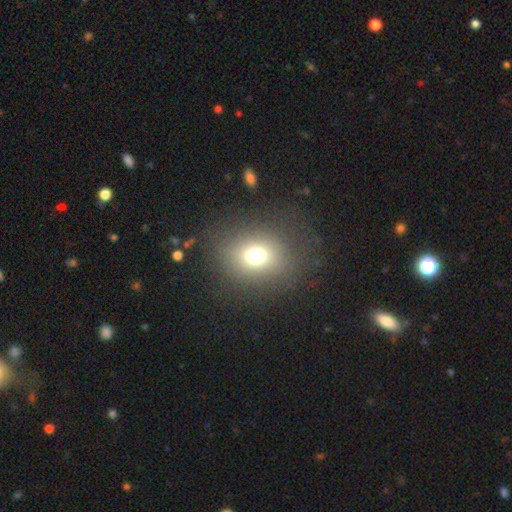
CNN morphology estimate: Smooth or featured?
  - smooth: 71% *
  - star or artifact: 19%
  - featured or disk: 11%
How rounded?
  - round: 63% *
  - in between: 36%
  - cigar-shaped: 1%
Merging?
  - none: 81% *
  - minor disturbance: 9%
  - major disturbance: 8%
  - merger: 2%